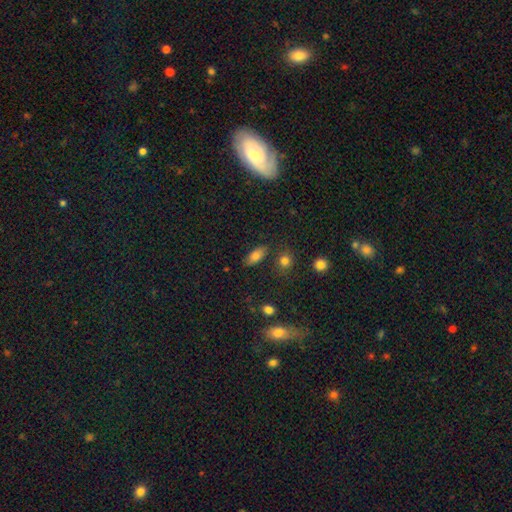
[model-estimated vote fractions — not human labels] A smooth galaxy with no disk features (79%) that is in between round and cigar-shaped (85%). Merging: none (80%).